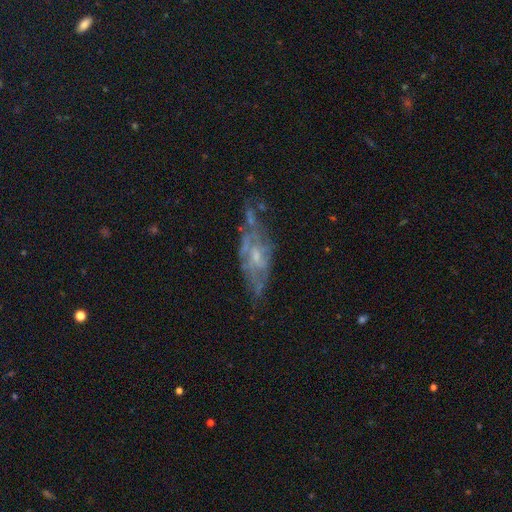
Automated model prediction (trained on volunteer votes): Q: Smooth or featured?
A: featured or disk (69%); runner-up: smooth (20%)
Q: Edge-on disk?
A: no (76%); runner-up: yes (24%)
Q: Bar?
A: no (70%); runner-up: weak (25%)
Q: Spiral arms?
A: no (53%); runner-up: yes (47%)
Q: Bulge size?
A: small (53%); runner-up: moderate (31%)
Q: Merging?
A: none (55%); runner-up: minor disturbance (25%)